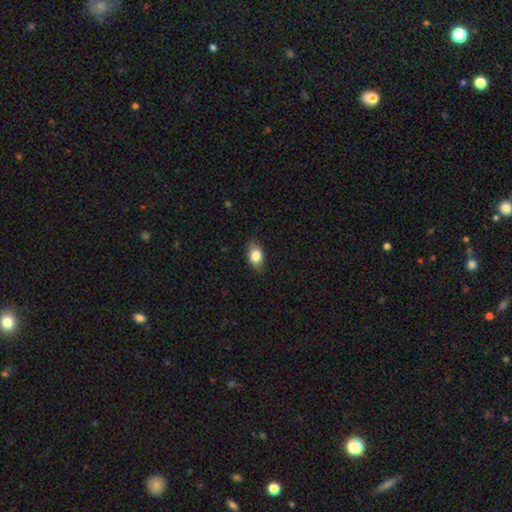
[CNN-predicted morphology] Smooth or featured?
  - smooth: 81% *
  - featured or disk: 12%
  - star or artifact: 7%
How rounded?
  - in between: 86% *
  - round: 11%
  - cigar-shaped: 3%
Merging?
  - none: 81% *
  - minor disturbance: 16%
  - major disturbance: 3%
  - merger: 1%